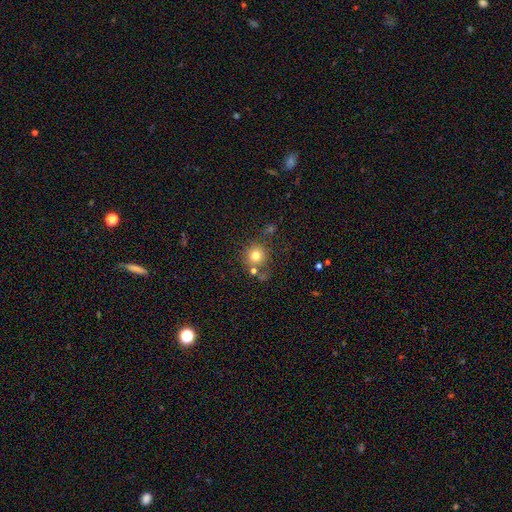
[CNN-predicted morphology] type=smooth (77%); roundness=round (91%); merging=none (69%).